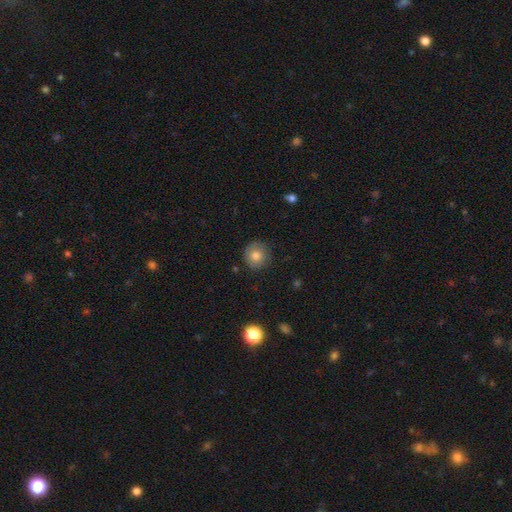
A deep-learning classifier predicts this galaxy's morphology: smooth 77%, featured or disk 13%, star or artifact 10%. Down the decision tree: how rounded — round (92%); merging — none (85%).